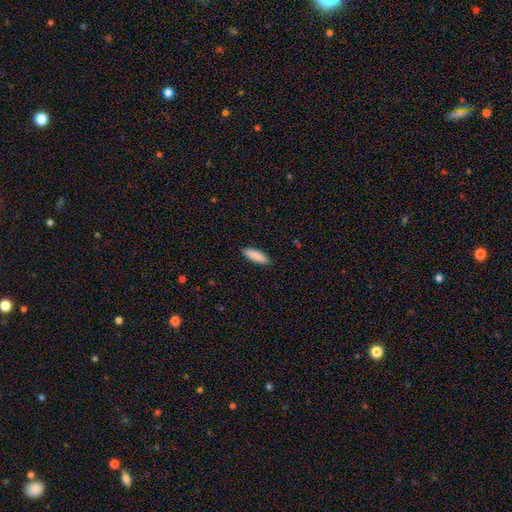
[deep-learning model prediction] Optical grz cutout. It shows a smooth galaxy with no disk features (89%) that is cigar-shaped (53%). Merging: none (90%).